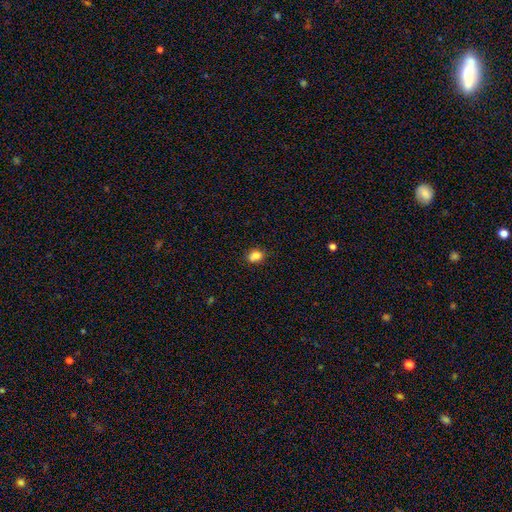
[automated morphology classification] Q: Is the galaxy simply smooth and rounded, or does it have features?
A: smooth — 82%.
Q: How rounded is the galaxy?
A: in between — 53%.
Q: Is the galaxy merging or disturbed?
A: none — 74%.